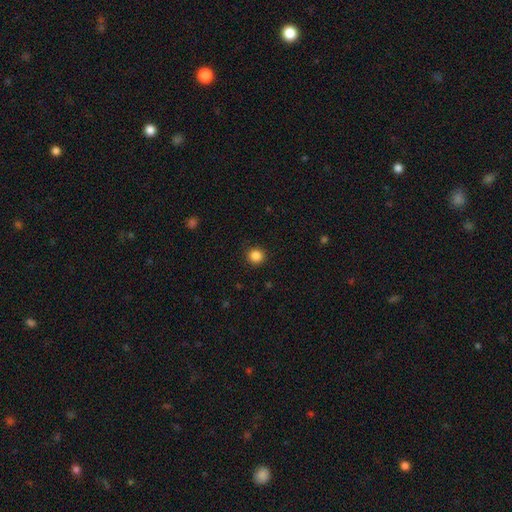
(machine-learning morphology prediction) Q: Smooth or featured?
A: smooth (86%); runner-up: star or artifact (11%)
Q: How rounded?
A: round (93%); runner-up: in between (6%)
Q: Merging?
A: none (91%); runner-up: minor disturbance (6%)